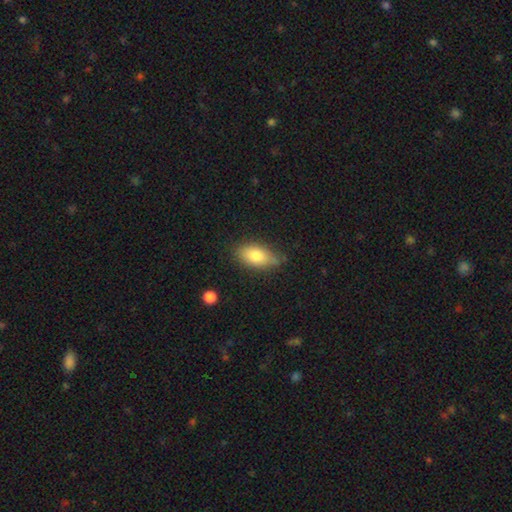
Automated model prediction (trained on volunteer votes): Morphology: type=smooth (78%); roundness=in between (88%); merging=none (70%).